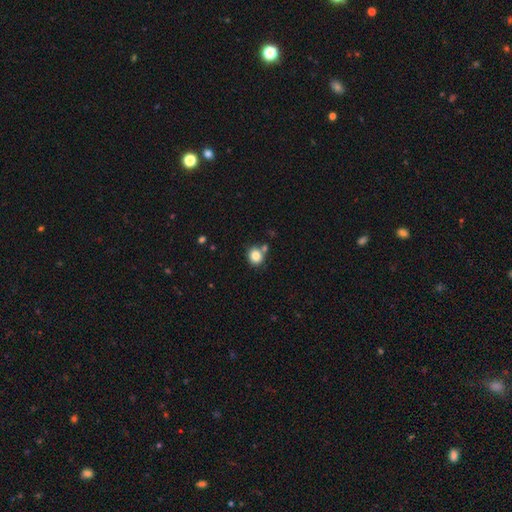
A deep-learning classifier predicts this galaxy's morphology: smooth-or-featured: smooth: 83% | star or artifact: 10% | featured or disk: 7%
  how-rounded: round: 75% | in between: 24% | cigar-shaped: 1%
  merging: none: 70% | merger: 15% | minor disturbance: 11% | major disturbance: 3%